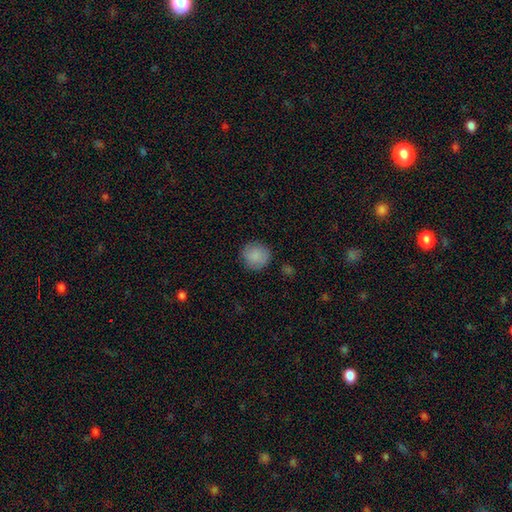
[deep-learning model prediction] Q: Smooth or featured?
A: smooth (87%); runner-up: star or artifact (8%)
Q: How rounded?
A: round (93%); runner-up: in between (6%)
Q: Merging?
A: none (88%); runner-up: minor disturbance (9%)